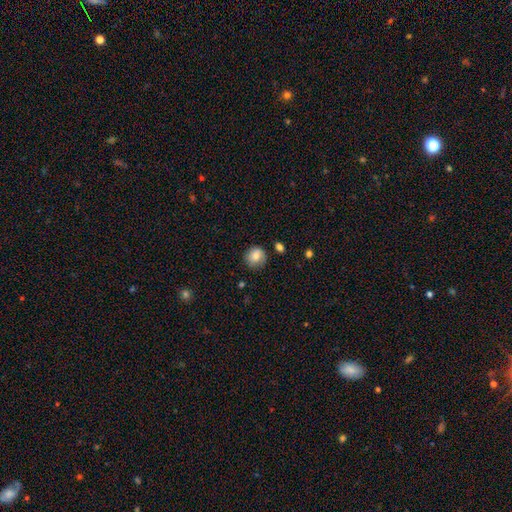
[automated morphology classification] This is likely a smooth galaxy (79%). How rounded: clearly round (85%). Merging: likely none (78%).